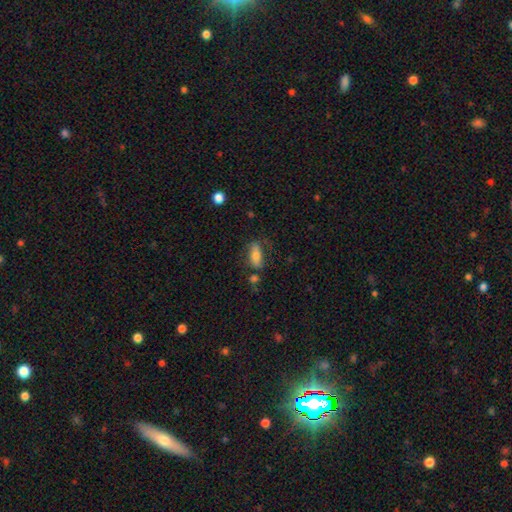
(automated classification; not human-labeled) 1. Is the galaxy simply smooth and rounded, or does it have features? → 71% smooth, 21% featured or disk, 8% star or artifact.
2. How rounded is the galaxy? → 74% in between, 22% cigar-shaped, 4% round.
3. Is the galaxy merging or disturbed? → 63% none, 20% minor disturbance, 8% major disturbance, 8% merger.